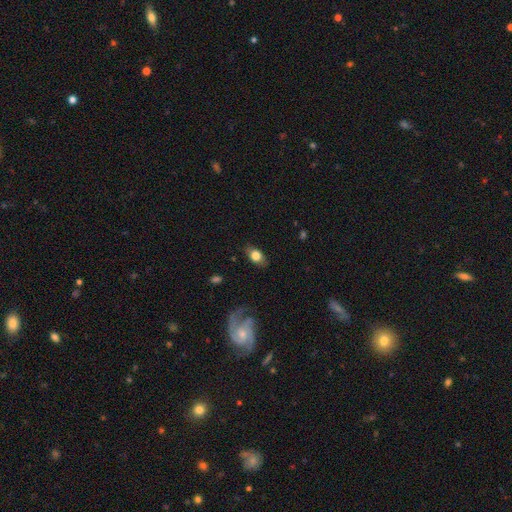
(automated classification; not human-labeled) Morphology: type=smooth (73%); roundness=in between (84%); merging=none (81%).